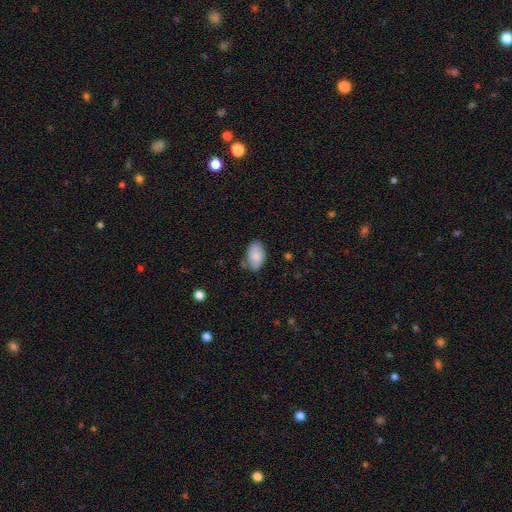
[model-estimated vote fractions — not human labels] This is clearly a smooth galaxy (85%). How rounded: clearly in between (93%). Merging: likely none (75%).